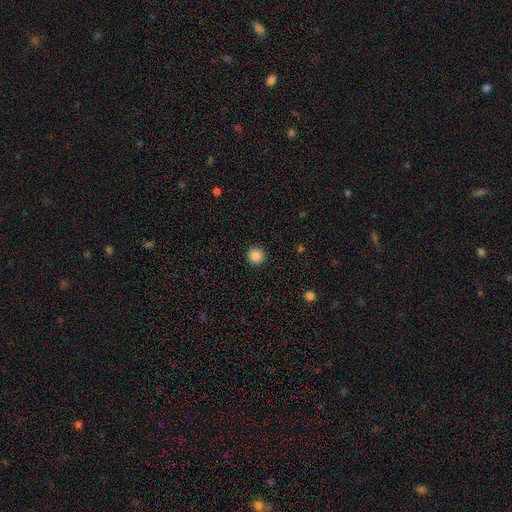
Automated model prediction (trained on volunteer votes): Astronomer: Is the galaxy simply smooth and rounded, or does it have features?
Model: smooth — 87%.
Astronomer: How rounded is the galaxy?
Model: round — 93%.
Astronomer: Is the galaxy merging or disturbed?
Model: none — 93%.